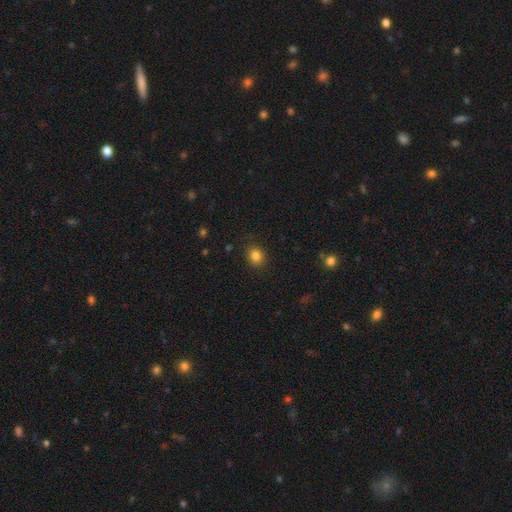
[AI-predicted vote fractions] This appears to be a smooth galaxy with no disk features (84%) that is round (63%). Merging: none (87%).